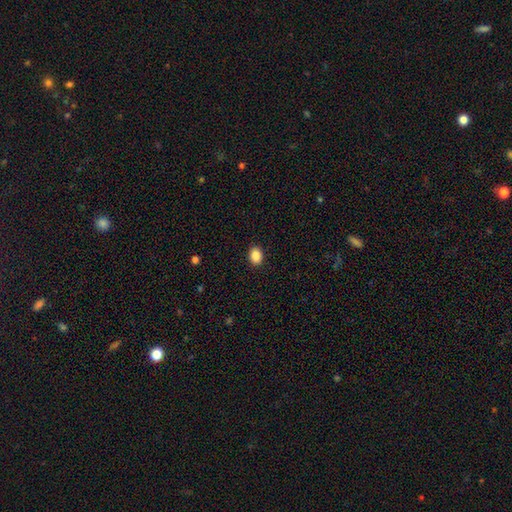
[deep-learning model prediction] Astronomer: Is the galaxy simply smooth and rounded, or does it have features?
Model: smooth — 88%.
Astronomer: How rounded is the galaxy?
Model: in between — 69%.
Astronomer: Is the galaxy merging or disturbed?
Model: none — 90%.